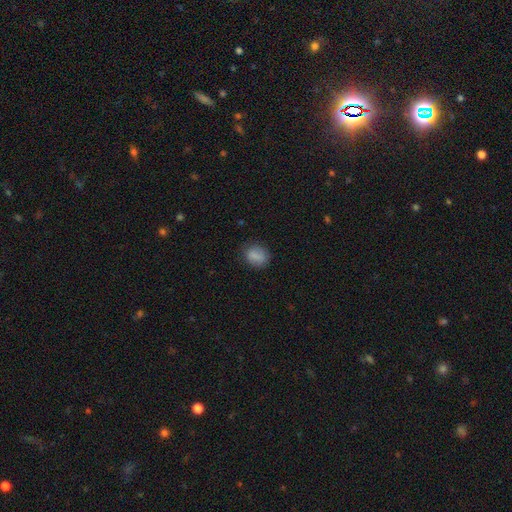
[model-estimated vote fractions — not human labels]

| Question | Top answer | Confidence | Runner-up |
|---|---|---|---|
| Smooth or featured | smooth | 83% | star or artifact (9%) |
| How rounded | in between | 52% | round (47%) |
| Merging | none | 80% | minor disturbance (15%) |